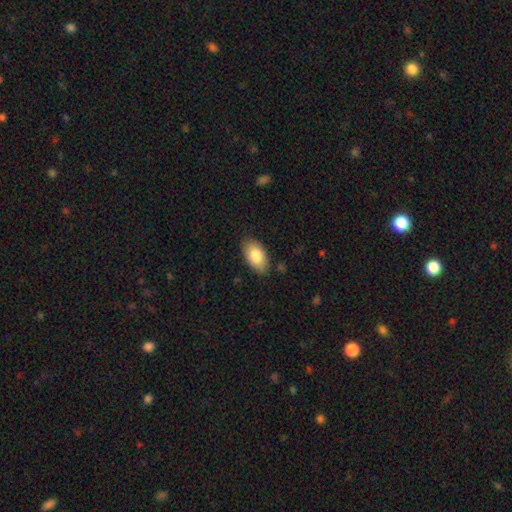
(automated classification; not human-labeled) This is clearly a smooth galaxy (83%). How rounded: clearly in between (94%). Merging: clearly none (83%).